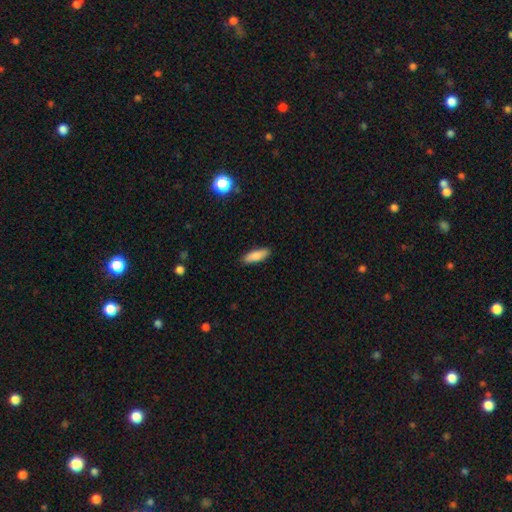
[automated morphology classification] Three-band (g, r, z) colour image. It shows a smooth galaxy with no disk features (86%) that is in between round and cigar-shaped (55%). Merging: none (88%).